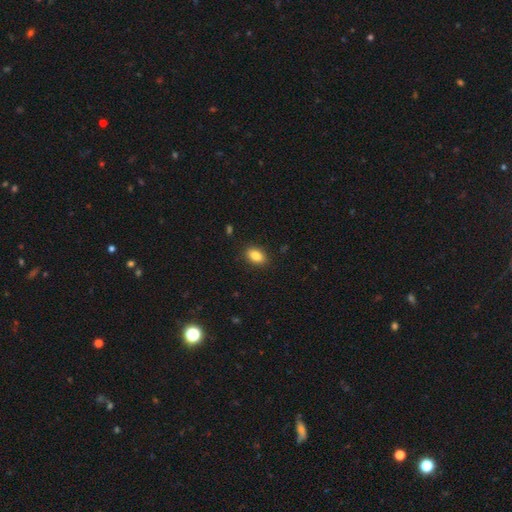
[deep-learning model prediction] Smooth or featured? smooth (85%)
How rounded? in between (85%)
Merging? none (88%)